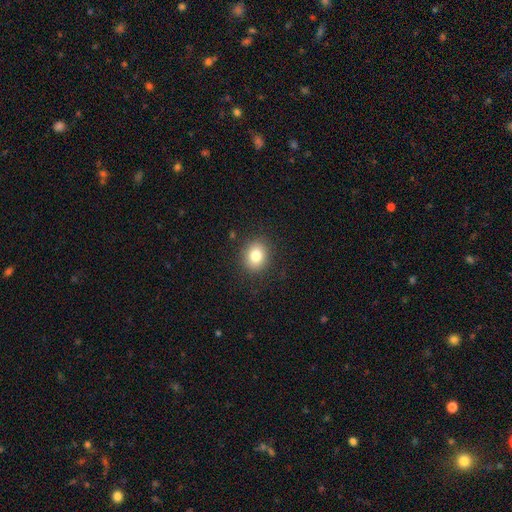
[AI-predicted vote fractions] smooth_or_featured: smooth (p=0.81) [alt: star or artifact p=0.11]
how_rounded: round (p=0.66) [alt: in between p=0.33]
merging: none (p=0.88) [alt: minor disturbance p=0.08]